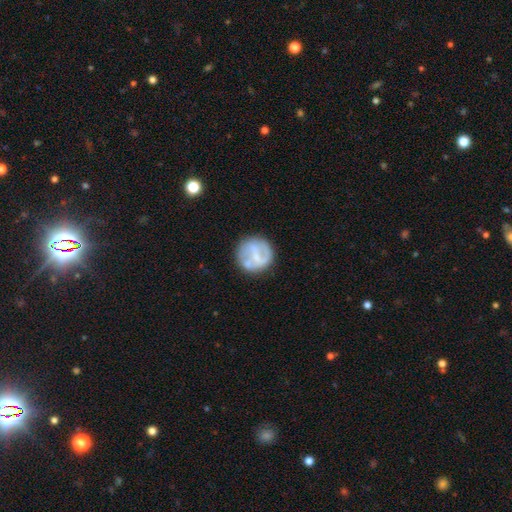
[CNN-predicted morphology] Q: Smooth or featured?
A: featured or disk (52%); runner-up: smooth (41%)
Q: Edge-on disk?
A: no (98%); runner-up: yes (2%)
Q: Bar?
A: weak (42%); runner-up: no (35%)
Q: Spiral arms?
A: yes (50%); tied with: no (50%)
Q: Bulge size?
A: small (39%); runner-up: none (36%)
Q: Merging?
A: none (68%); runner-up: minor disturbance (18%)